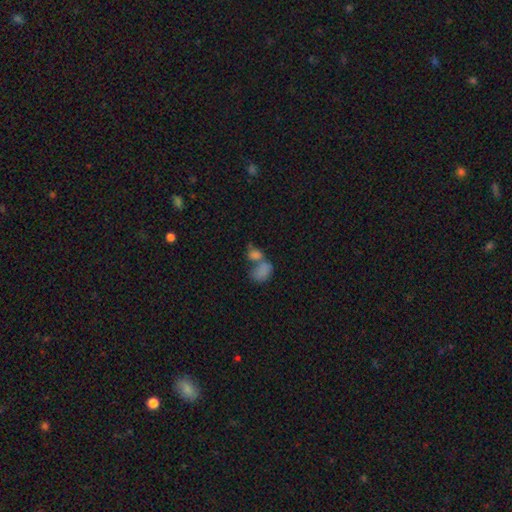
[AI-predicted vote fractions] Smooth or featured?
  - smooth: 75% *
  - star or artifact: 14%
  - featured or disk: 11%
How rounded?
  - in between: 79% *
  - round: 18%
  - cigar-shaped: 2%
Merging?
  - merger: 59% *
  - none: 25%
  - minor disturbance: 9%
  - major disturbance: 7%